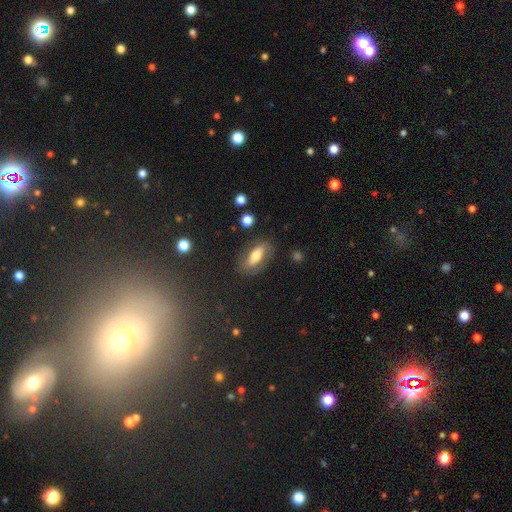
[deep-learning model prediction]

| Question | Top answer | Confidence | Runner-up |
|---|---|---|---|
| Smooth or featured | smooth | 49% | featured or disk (43%) |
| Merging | none | 73% | minor disturbance (16%) |